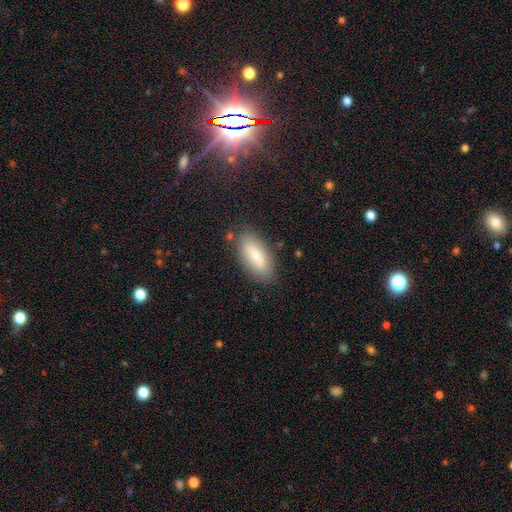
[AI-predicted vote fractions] Q: Smooth or featured?
A: smooth (74%); runner-up: featured or disk (19%)
Q: How rounded?
A: in between (84%); runner-up: cigar-shaped (14%)
Q: Merging?
A: none (82%); runner-up: minor disturbance (13%)